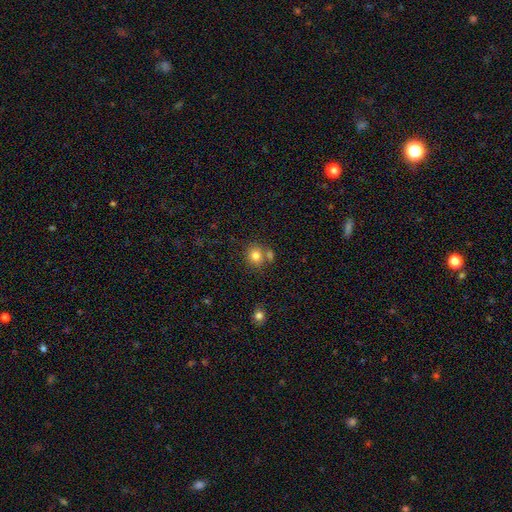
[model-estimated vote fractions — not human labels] Smooth or featured: smooth — 81% (star or artifact — 11%)
How rounded: round — 75% (in between — 24%)
Merging: none — 65% (merger — 21%)